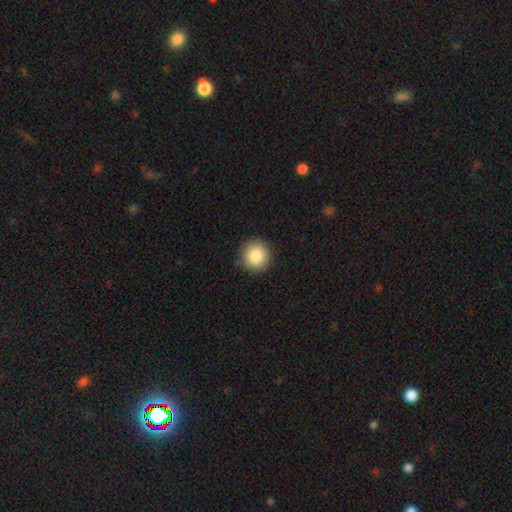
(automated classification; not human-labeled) Overall: smooth (86%). How rounded: round (93%). Merging: none (90%).